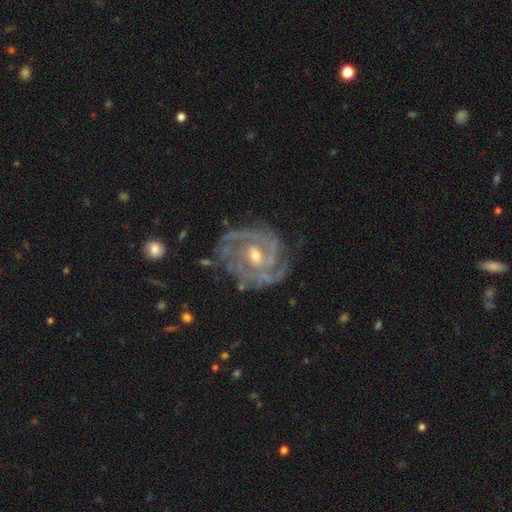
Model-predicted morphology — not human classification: This appears to be a featured or disk galaxy (92%) with a weak bar (44%), 3 (29%, tied with 2) tight (71%) spiral arms (98%) and a small central bulge (52%). Merging: none (73%).